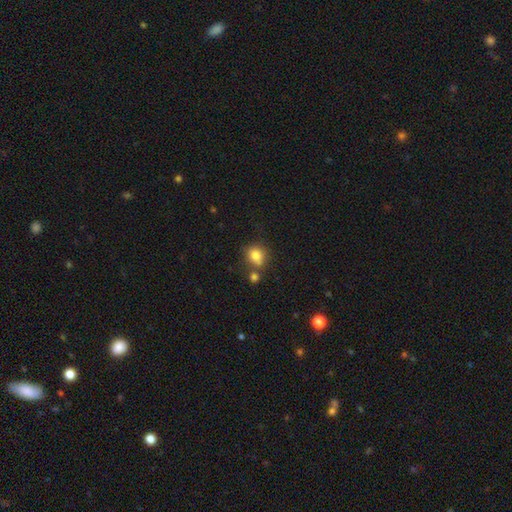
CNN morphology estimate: Smooth or featured? smooth (81%)
How rounded? round (74%)
Merging? none (58%)